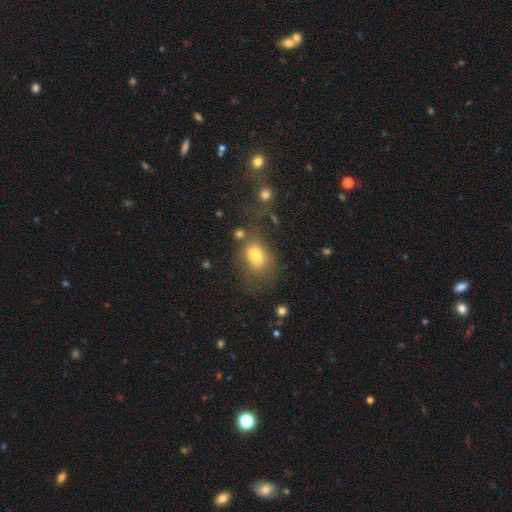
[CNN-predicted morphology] type=smooth (75%); roundness=in between (67%); merging=none (56%).